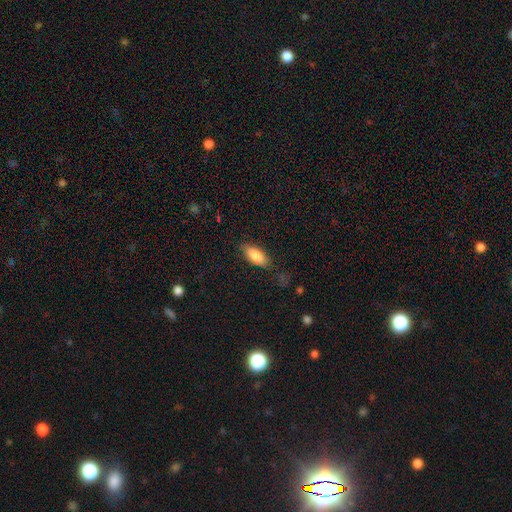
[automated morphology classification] This is clearly a smooth galaxy (84%). How rounded: clearly in between (83%). Merging: likely none (76%).